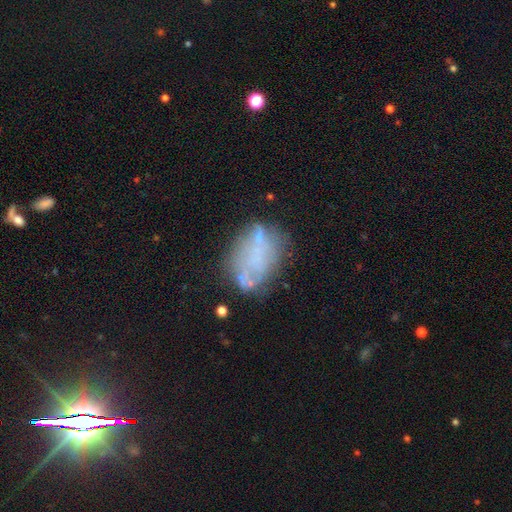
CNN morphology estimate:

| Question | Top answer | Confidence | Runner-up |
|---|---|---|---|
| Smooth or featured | featured or disk | 50% | smooth (35%) |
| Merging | none | 50% | minor disturbance (23%) |